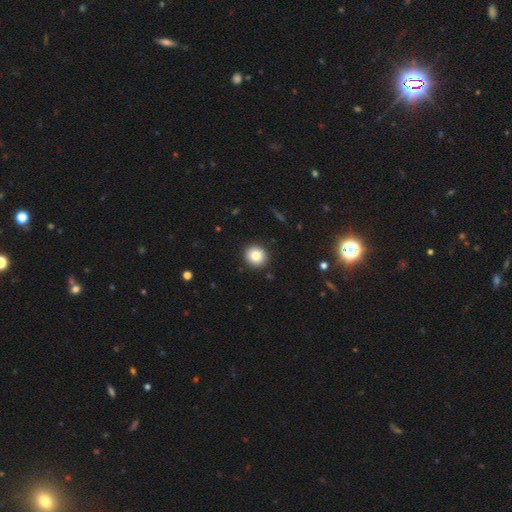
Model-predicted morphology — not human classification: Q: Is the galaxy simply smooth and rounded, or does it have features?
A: smooth — 83%.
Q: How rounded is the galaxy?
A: round — 89%.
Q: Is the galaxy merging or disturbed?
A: none — 92%.